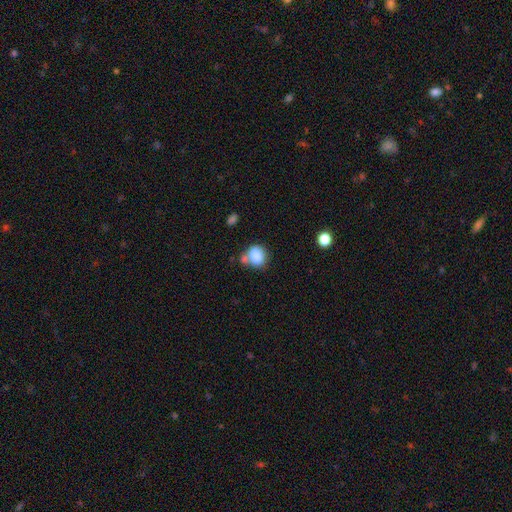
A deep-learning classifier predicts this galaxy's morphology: smooth_or_featured: smooth (p=0.83) [alt: star or artifact p=0.09]
how_rounded: round (p=0.52) [alt: in between p=0.47]
merging: none (p=0.44) [alt: merger p=0.32]